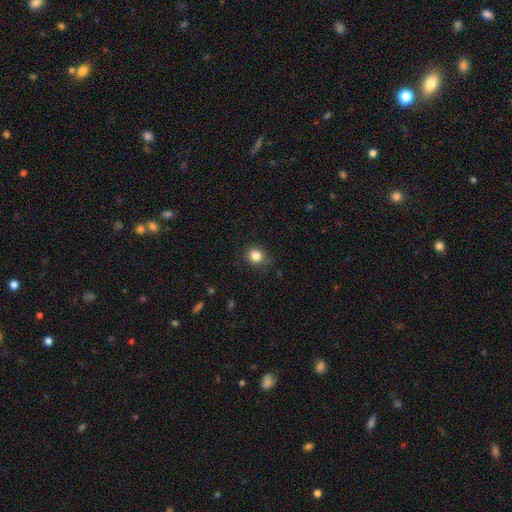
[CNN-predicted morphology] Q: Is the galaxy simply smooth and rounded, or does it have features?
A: smooth — 84%.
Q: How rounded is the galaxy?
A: round — 80%.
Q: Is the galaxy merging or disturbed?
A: none — 82%.